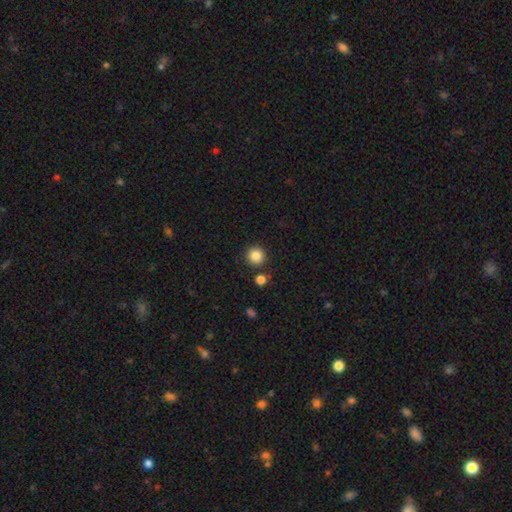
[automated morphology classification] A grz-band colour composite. It shows a smooth galaxy with no disk features (86%) that is round (95%). Merging: none (87%).